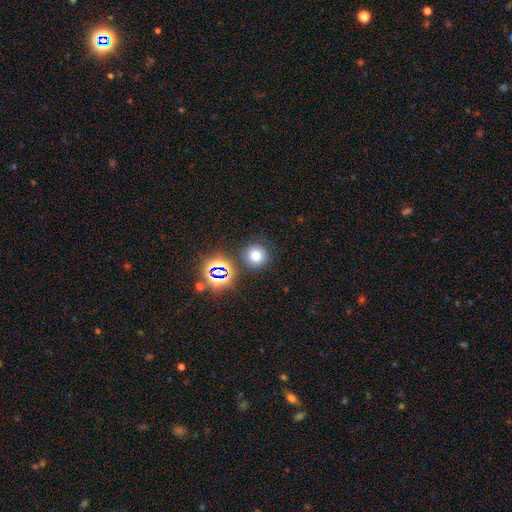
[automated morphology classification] The model was most divided on "smooth or featured": smooth: 68%, star or artifact: 22%, featured or disk: 9%. More confident: how rounded — round (93%); merging — none (83%).